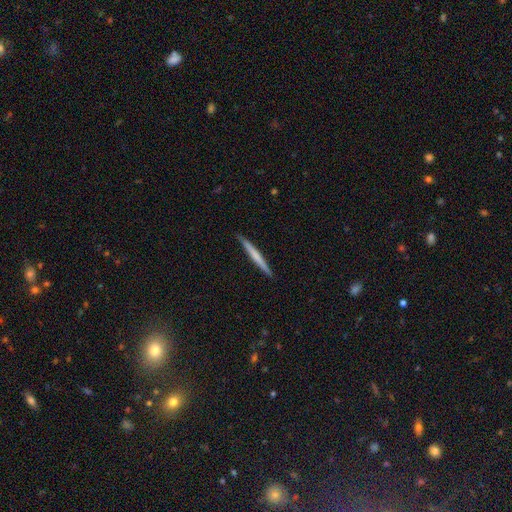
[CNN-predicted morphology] This appears to be a smooth galaxy with no disk features (52%) that is cigar-shaped (97%). Merging: none (90%).